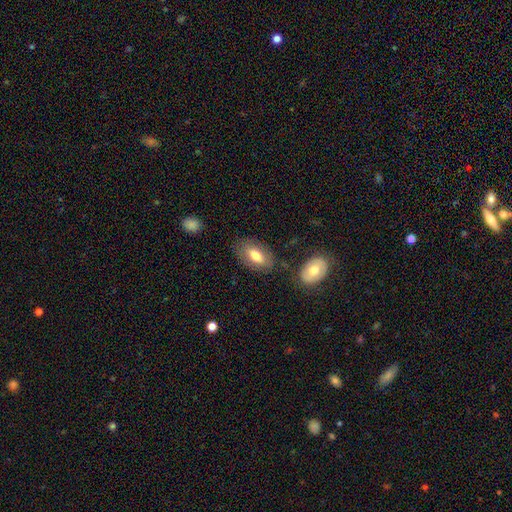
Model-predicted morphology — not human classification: Smooth or featured? Predicted: smooth (p=0.73). How rounded? Predicted: in between (p=0.92). Merging? Predicted: none (p=0.72).